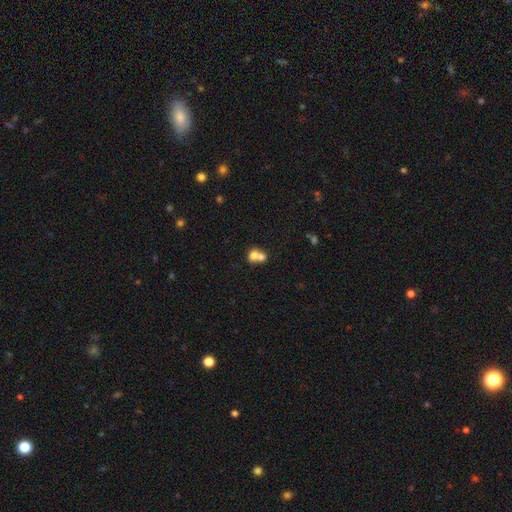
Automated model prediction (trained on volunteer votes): A smooth galaxy with no disk features (71%) that is round (63%). Merging: merger (70%).